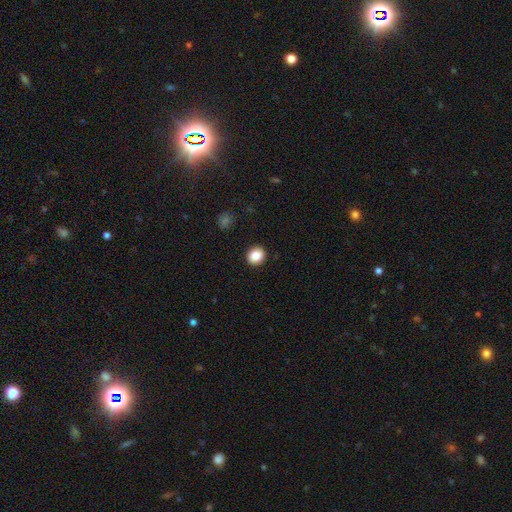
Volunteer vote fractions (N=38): Smooth or featured? 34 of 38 (89%) said smooth. How rounded? 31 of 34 (91%) said round. Merging? 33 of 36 (92%) said none.